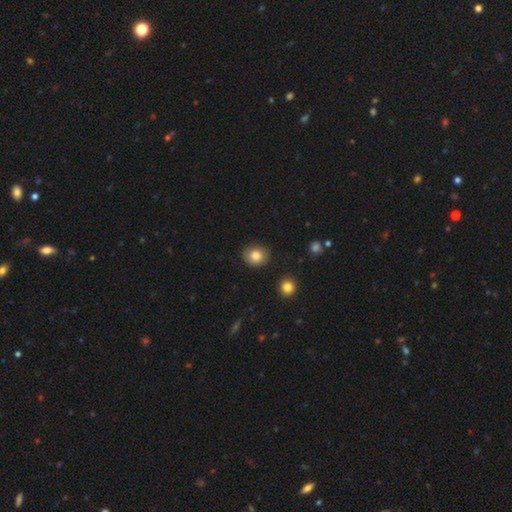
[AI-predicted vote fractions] This is clearly a smooth galaxy (82%). How rounded: likely round (71%). Merging: clearly none (85%).